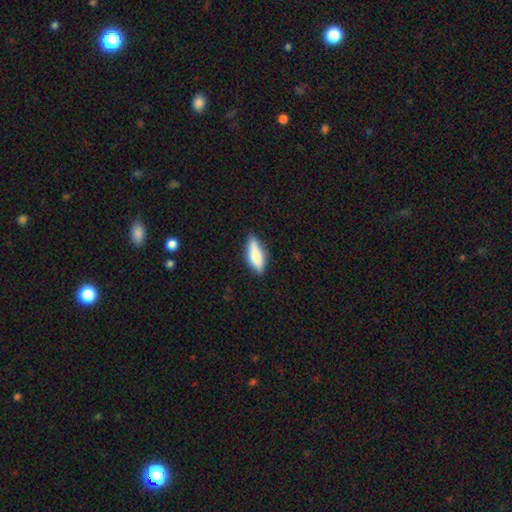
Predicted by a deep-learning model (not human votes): Smooth or featured? Predicted: smooth (p=0.67). How rounded? Predicted: in between (p=0.61). Merging? Predicted: none (p=0.80).